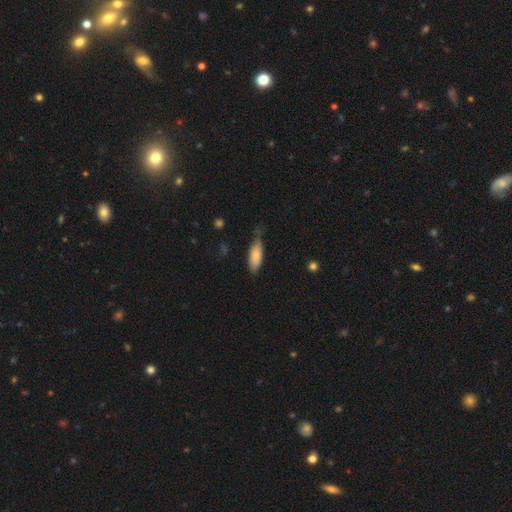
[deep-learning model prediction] A smooth galaxy with no disk features (79%) that is in between round and cigar-shaped (72%). Merging: none (59%).